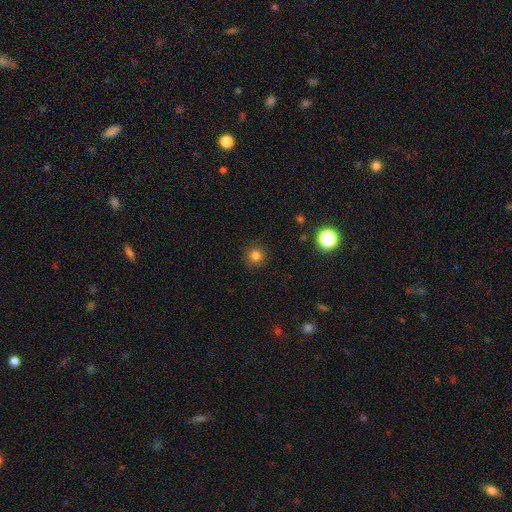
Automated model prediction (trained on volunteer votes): The model was most divided on "smooth or featured": smooth: 80%, star or artifact: 15%, featured or disk: 5%. More confident: how rounded — round (95%); merging — none (91%).